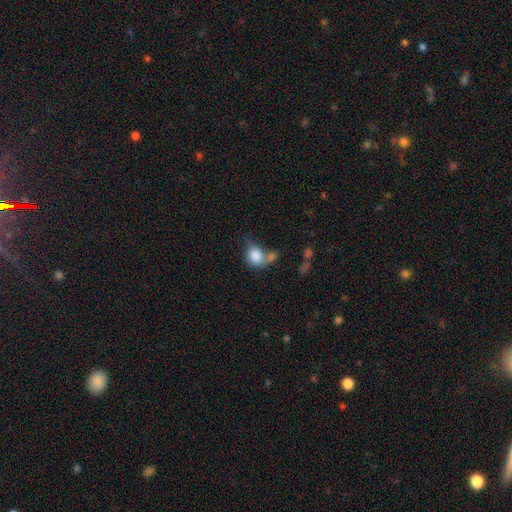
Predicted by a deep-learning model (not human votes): smooth_or_featured: smooth (p=0.82) [alt: featured or disk p=0.10]
how_rounded: round (p=0.56) [alt: in between p=0.43]
merging: merger (p=0.40) [alt: none p=0.28]